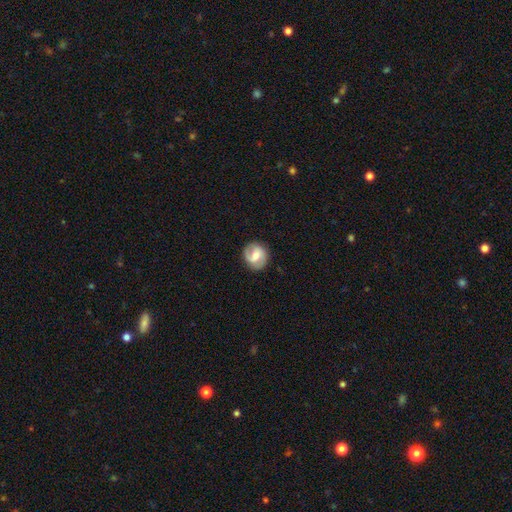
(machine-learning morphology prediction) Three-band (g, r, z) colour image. It shows a featured or disk galaxy (60%) with a weak bar (49%), spiral arms (79%) and a moderate central bulge (66%). Merging: none (83%).